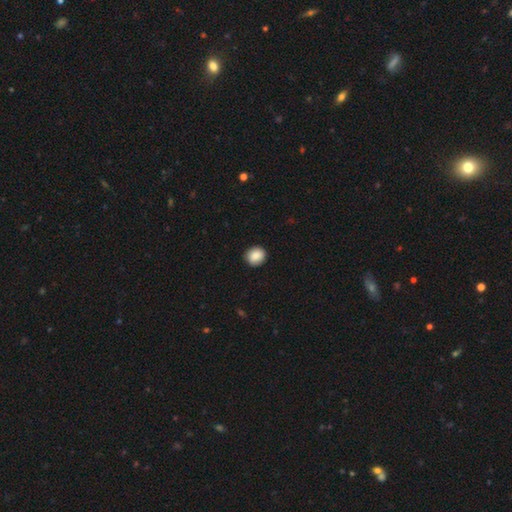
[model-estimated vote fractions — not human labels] Smooth or featured?
  - smooth: 87% *
  - star or artifact: 8%
  - featured or disk: 5%
How rounded?
  - round: 81% *
  - in between: 18%
  - cigar-shaped: 1%
Merging?
  - none: 89% *
  - minor disturbance: 9%
  - major disturbance: 2%
  - merger: 1%